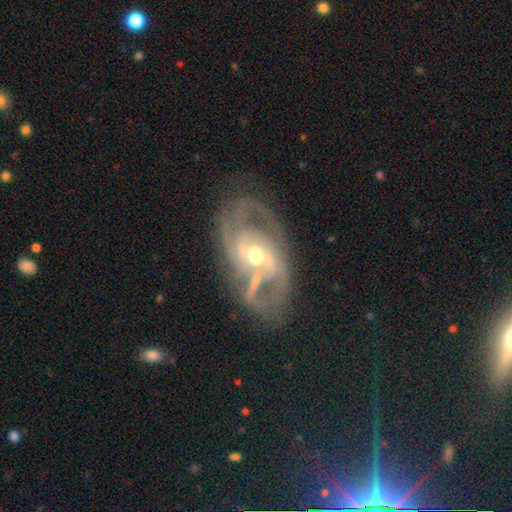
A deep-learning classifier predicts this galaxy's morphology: A featured or disk galaxy (85%) with no bar (41%), 2 (64%) medium (45%) spiral arms (87%) and a moderate central bulge (66%).

Vote fractions:
- Smooth or featured? featured or disk: 85% / smooth: 9% / star or artifact: 6%
- Edge-on disk? no: 96% / yes: 4%
- Bar? no: 41% / weak: 35% / strong: 23%
- Spiral arms? yes: 87% / no: 13%
- Spiral winding? medium: 45% / tight: 34% / loose: 22%
- Spiral arm count? 2: 64% / can't tell: 15% / 3: 10% / 1: 5% / 4: 3% / more than 4: 3%
- Bulge size? moderate: 66% / small: 27% / large: 4% / none: 1% / dominant: 1%
- Merging? none: 53% / minor disturbance: 20% / major disturbance: 18% / merger: 9%